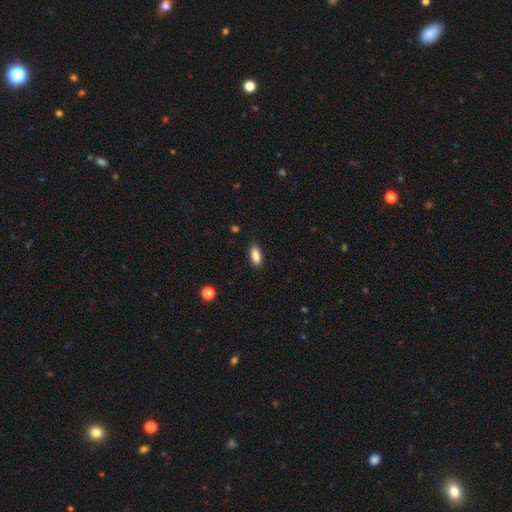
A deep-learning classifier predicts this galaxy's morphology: A smooth galaxy with no disk features (88%) that is in between round and cigar-shaped (83%). Merging: none (88%).